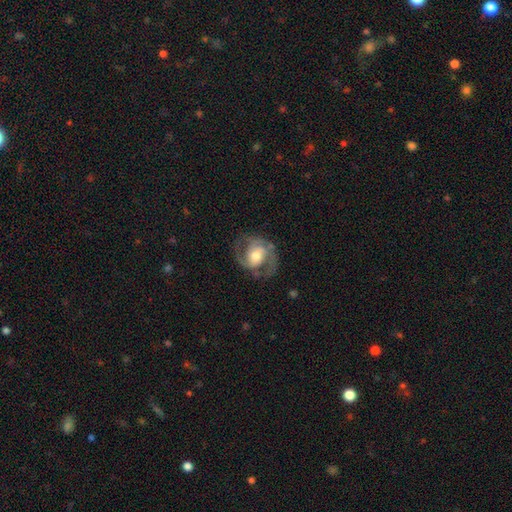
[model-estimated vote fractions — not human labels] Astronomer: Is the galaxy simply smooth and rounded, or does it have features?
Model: featured or disk — 83%.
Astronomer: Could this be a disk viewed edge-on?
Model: no — 98%.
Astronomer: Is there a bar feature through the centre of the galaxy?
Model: no — 51% (runner-up: weak, 36%).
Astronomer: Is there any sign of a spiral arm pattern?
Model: yes — 94%.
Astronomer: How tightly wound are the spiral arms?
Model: medium — 54%.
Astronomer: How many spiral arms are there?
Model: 2 — 83%.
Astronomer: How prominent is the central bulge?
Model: moderate — 64%.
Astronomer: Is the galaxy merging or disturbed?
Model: none — 71%.